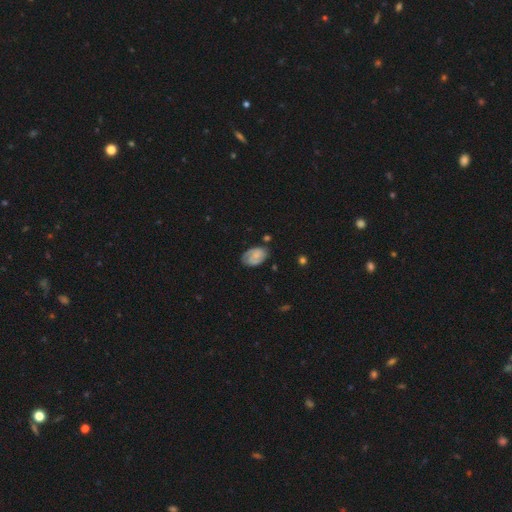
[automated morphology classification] This appears to be a smooth galaxy with no disk features (49%). Merging: none (62%).